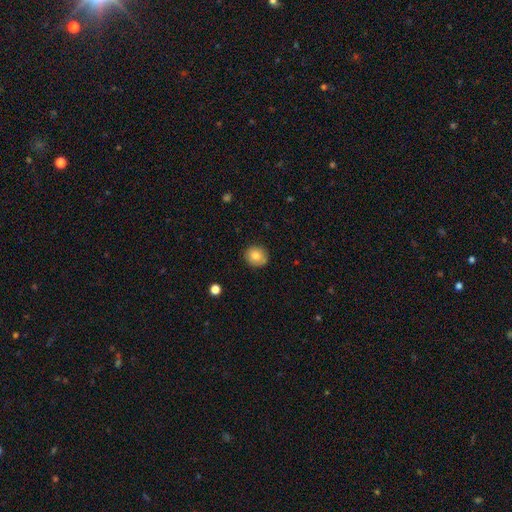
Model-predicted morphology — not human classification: Smooth or featured: smooth — 81% (featured or disk — 10%)
How rounded: round — 84% (in between — 15%)
Merging: none — 83% (minor disturbance — 12%)